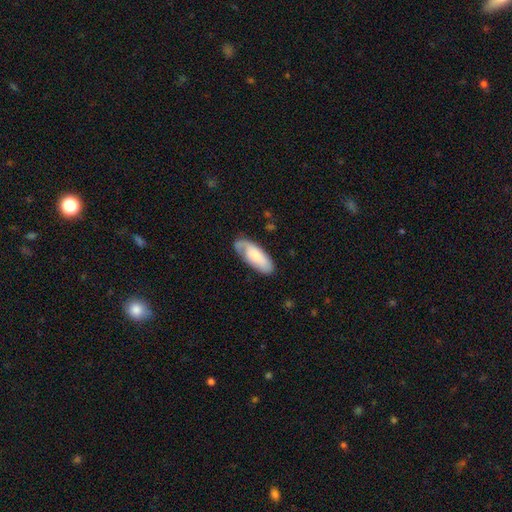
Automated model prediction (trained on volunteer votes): Overall: smooth (62%; featured or disk 32%). How rounded: in between (81%). Merging: none (63%; minor disturbance 25%).